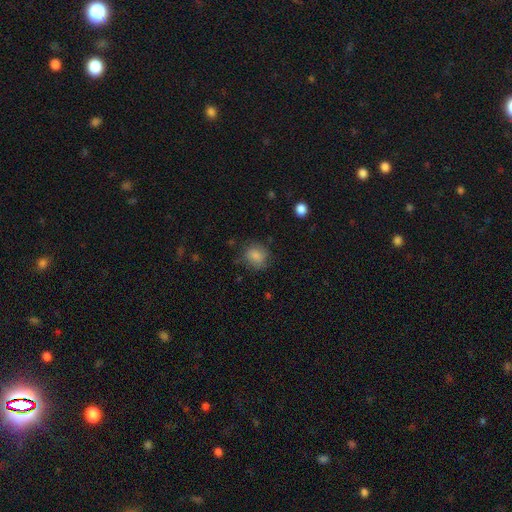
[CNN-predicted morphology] Smooth or featured? smooth (83%)
How rounded? round (68%)
Merging? none (73%)